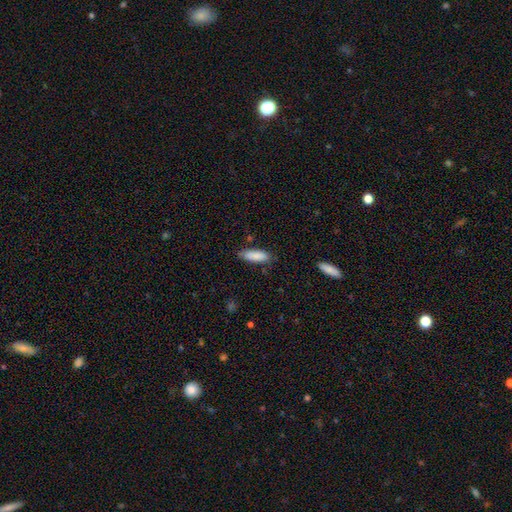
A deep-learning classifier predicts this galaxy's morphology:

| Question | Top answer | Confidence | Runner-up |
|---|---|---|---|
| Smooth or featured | smooth | 88% | featured or disk (6%) |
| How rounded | in between | 60% | cigar-shaped (39%) |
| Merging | none | 82% | minor disturbance (14%) |